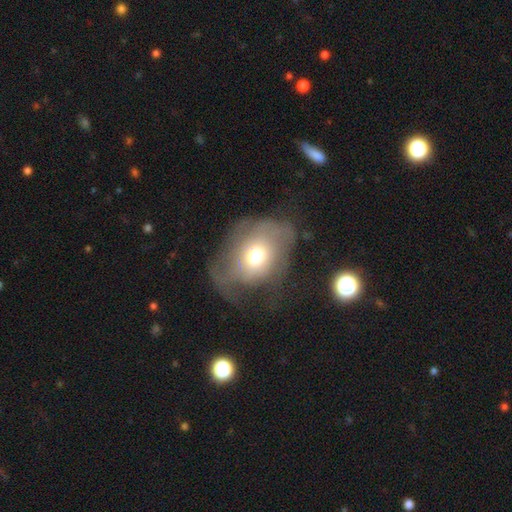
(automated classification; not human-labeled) This is possibly a smooth galaxy (53%). How rounded: possibly in between (51%). Merging: possibly major disturbance (47%).